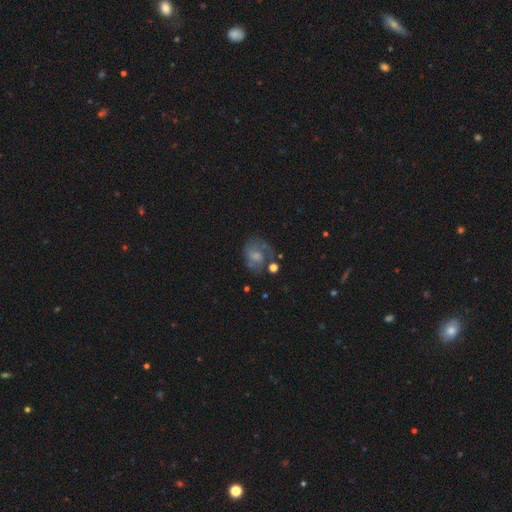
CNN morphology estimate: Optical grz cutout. It shows a featured or disk galaxy (51%). Merging: none (39%).